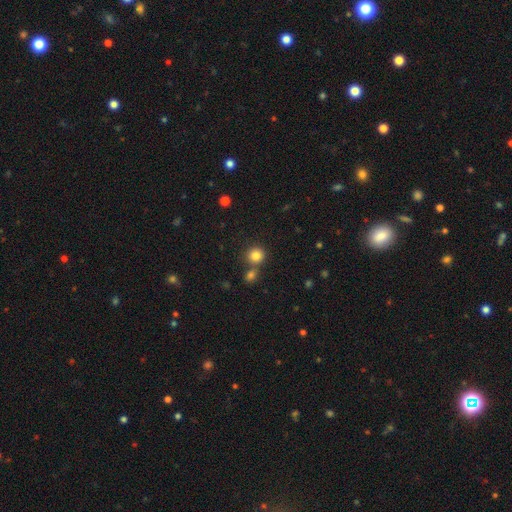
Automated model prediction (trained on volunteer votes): The model was most divided on "merging": none: 67%, merger: 23%, minor disturbance: 7%, major disturbance: 3%. More confident: how rounded — round (90%); smooth or featured — smooth (83%).